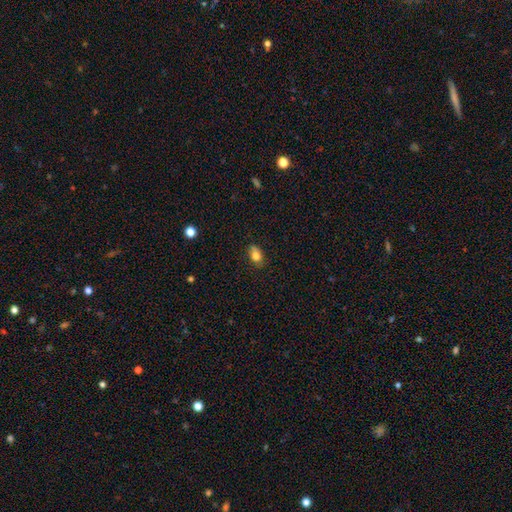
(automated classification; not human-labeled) This appears to be a smooth galaxy with no disk features (82%) that is in between round and cigar-shaped (84%). Merging: none (78%).